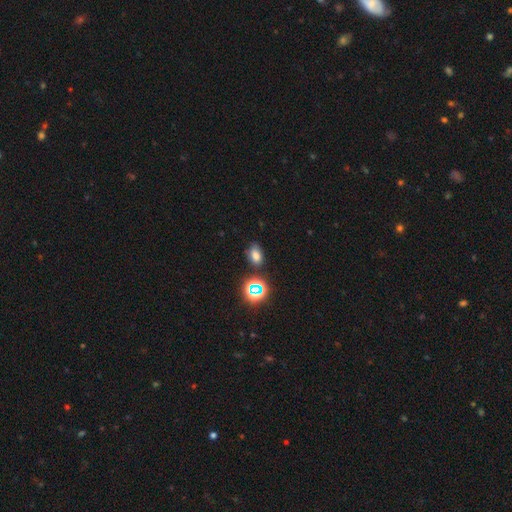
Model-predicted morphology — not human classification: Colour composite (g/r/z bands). It shows a smooth galaxy with no disk features (67%) that is in between round and cigar-shaped (80%). Merging: none (72%).